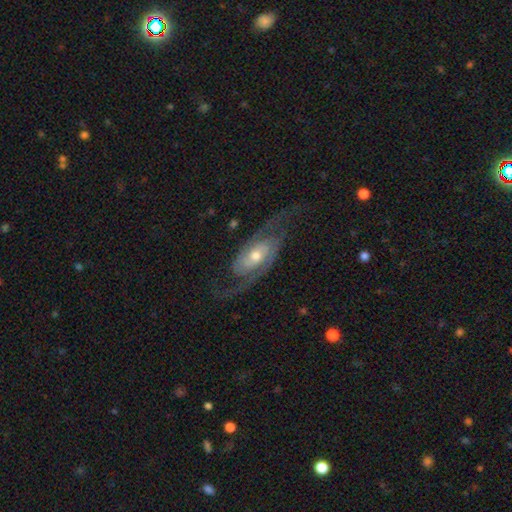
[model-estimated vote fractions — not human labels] Overall: featured or disk (89%). Edge-on disk: no (94%). Bar: no (57%; weak 31%). Spiral arms: yes (97%). Spiral arm count: 2 (91%). Spiral winding: medium (47%; loose 29%). Bulge size: moderate (64%; small 27%). Merging: none (74%).